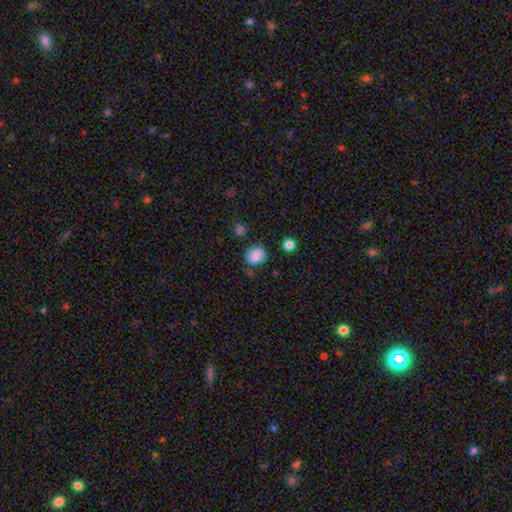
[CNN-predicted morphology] Smooth or featured? Predicted: smooth (p=0.83). How rounded? Predicted: round (p=0.71). Merging? Predicted: none (p=0.75).